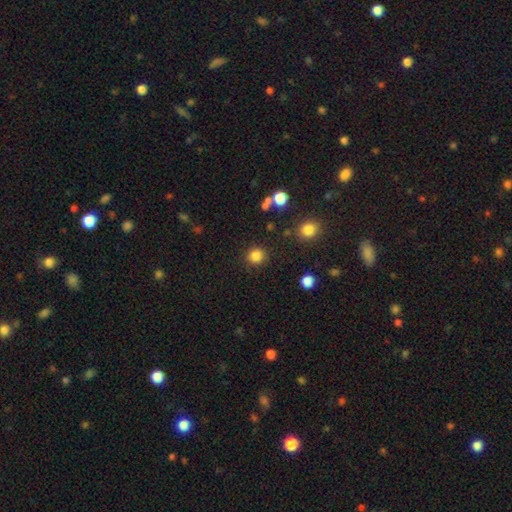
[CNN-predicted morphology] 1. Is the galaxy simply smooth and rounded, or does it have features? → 84% smooth, 12% star or artifact, 4% featured or disk.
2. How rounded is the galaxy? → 91% round, 8% in between, 1% cigar-shaped.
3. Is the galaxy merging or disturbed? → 88% none, 7% minor disturbance, 3% major disturbance, 2% merger.